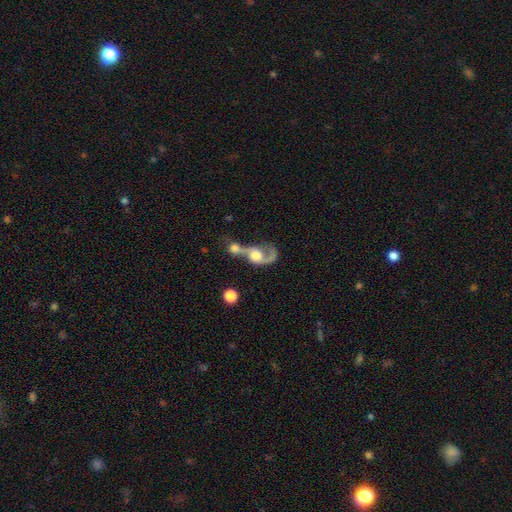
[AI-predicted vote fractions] Q: Smooth or featured?
A: featured or disk (62%); runner-up: smooth (29%)
Q: Edge-on disk?
A: no (95%); runner-up: yes (5%)
Q: Bar?
A: no (75%); runner-up: weak (20%)
Q: Spiral arms?
A: yes (80%); runner-up: no (20%)
Q: Bulge size?
A: large (42%); runner-up: moderate (39%)
Q: Merging?
A: merger (72%); runner-up: major disturbance (12%)